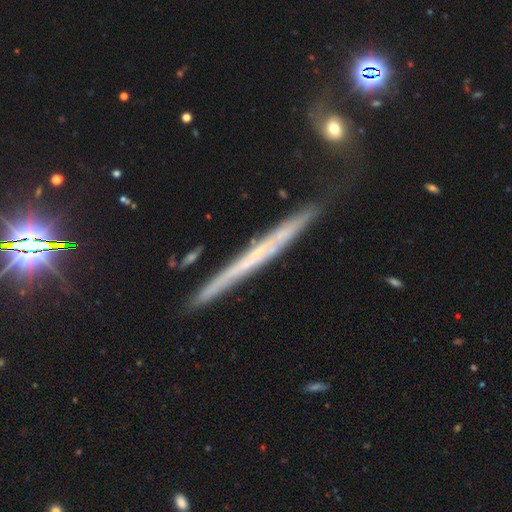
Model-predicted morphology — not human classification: A featured or disk galaxy (63%) viewed edge-on (95%) with no central bulge (86%). Merging: none (83%).